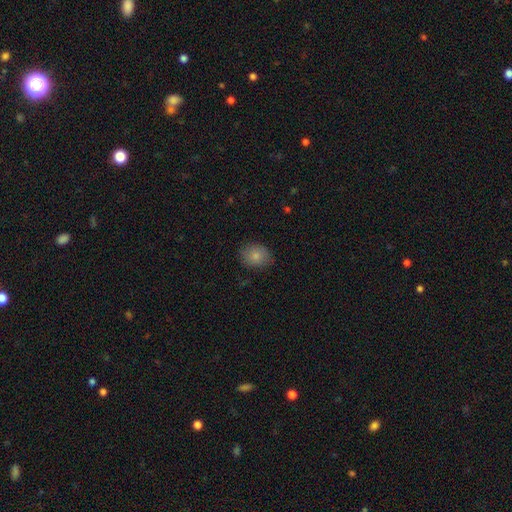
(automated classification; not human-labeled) smooth-or-featured: smooth: 83% | featured or disk: 9% | star or artifact: 8%
  how-rounded: in between: 53% | round: 46% | cigar-shaped: 1%
  merging: none: 81% | minor disturbance: 15% | major disturbance: 3% | merger: 1%